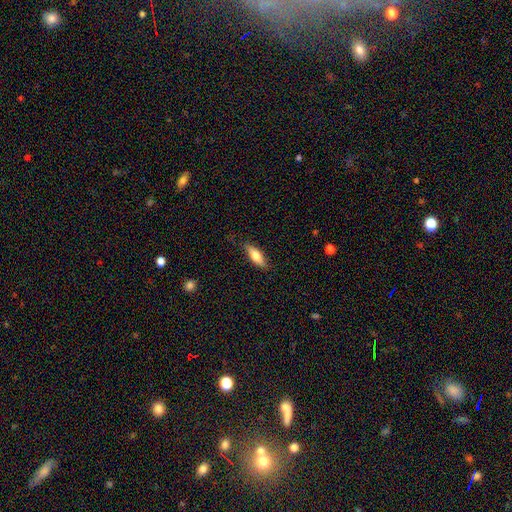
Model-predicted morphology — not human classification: This appears to be a smooth galaxy with no disk features (71%) that is in between round and cigar-shaped (60%). Merging: none (79%).